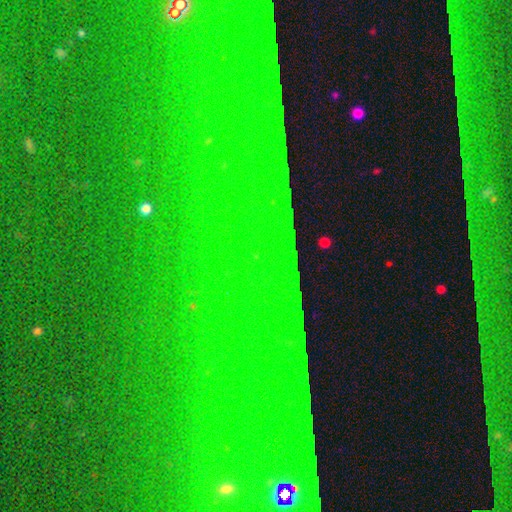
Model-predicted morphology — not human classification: Overall: star or artifact (86%).